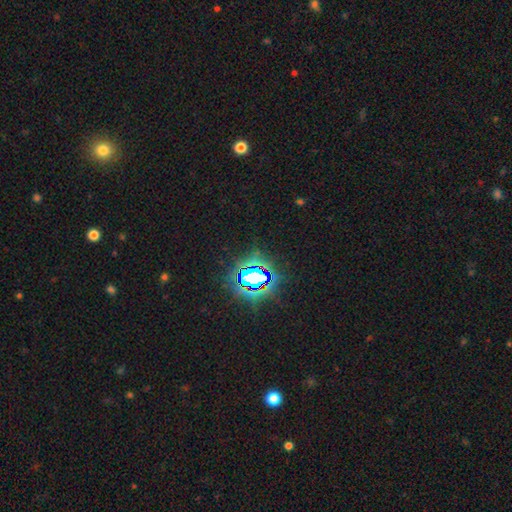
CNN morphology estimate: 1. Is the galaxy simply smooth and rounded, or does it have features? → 82% star or artifact, 11% smooth, 7% featured or disk.